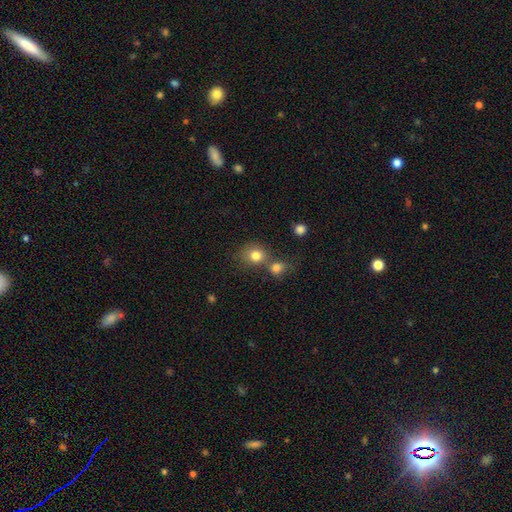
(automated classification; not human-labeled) smooth_or_featured: smooth (p=0.80) [alt: star or artifact p=0.12]
how_rounded: round (p=0.75) [alt: in between p=0.24]
merging: none (p=0.48) [alt: merger p=0.38]